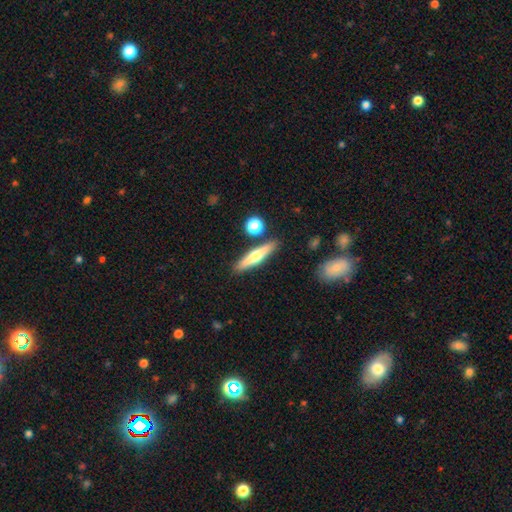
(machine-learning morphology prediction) Smooth or featured?
  - smooth: 47% *
  - featured or disk: 46%
  - star or artifact: 7%
Merging?
  - none: 85% *
  - minor disturbance: 8%
  - merger: 5%
  - major disturbance: 2%